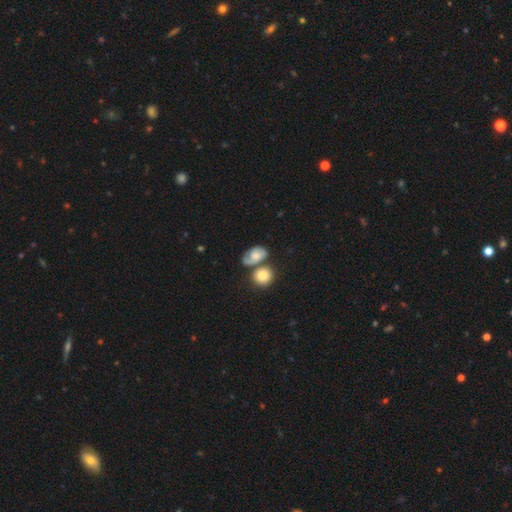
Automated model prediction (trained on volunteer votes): Morphology: type=smooth (47%); merging=none (40%).